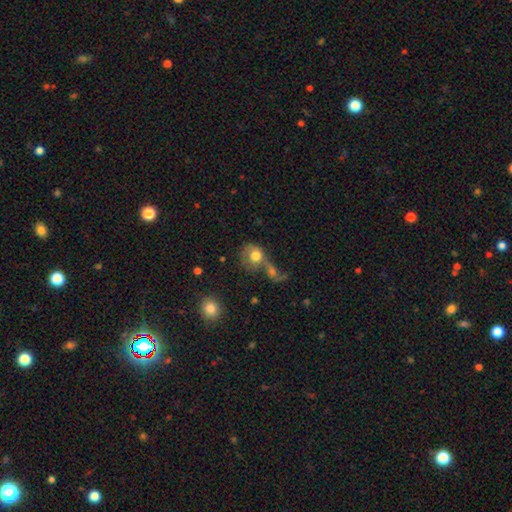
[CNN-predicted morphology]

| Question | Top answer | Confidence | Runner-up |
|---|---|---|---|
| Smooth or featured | smooth | 70% | featured or disk (20%) |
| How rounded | round | 69% | in between (29%) |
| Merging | merger | 51% | none (23%) |